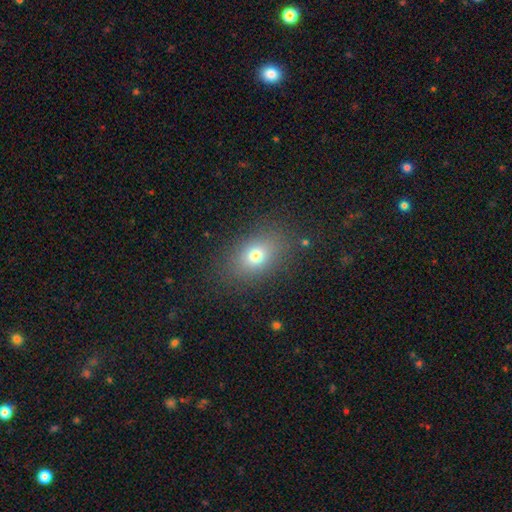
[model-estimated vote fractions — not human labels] smooth 72%, star or artifact 15%, featured or disk 13%. Down the decision tree: how rounded — in between (70%); merging — none (84%).